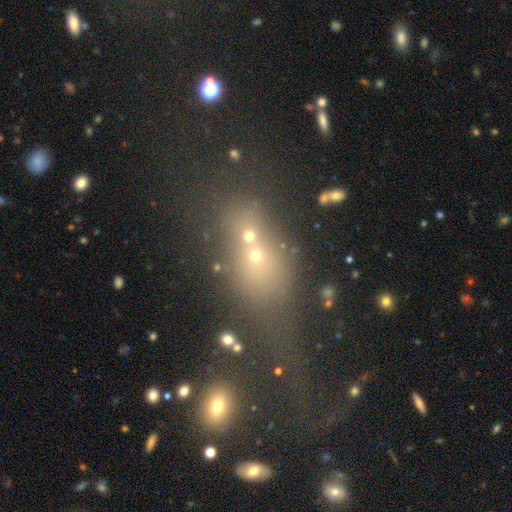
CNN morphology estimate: Smooth or featured: smooth — 46% (star or artifact — 35%)
Merging: merger — 49% (none — 28%)